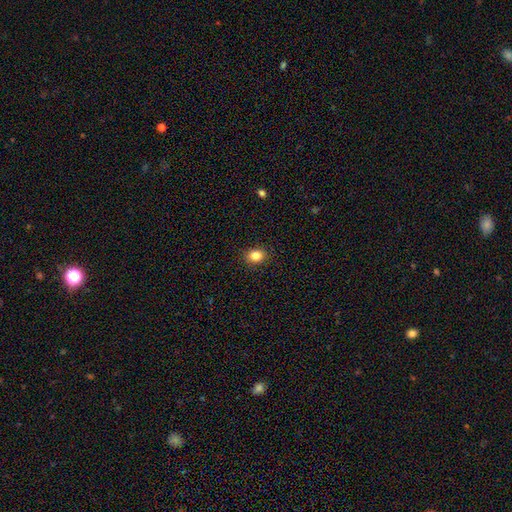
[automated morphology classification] smooth_or_featured: smooth (p=0.85) [alt: star or artifact p=0.10]
how_rounded: in between (p=0.51) [alt: round p=0.48]
merging: none (p=0.90) [alt: minor disturbance p=0.07]